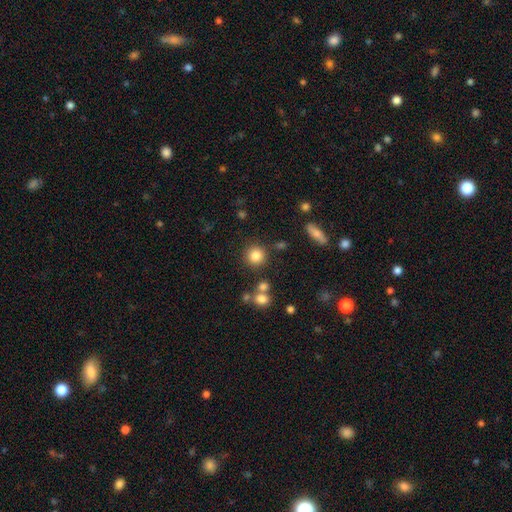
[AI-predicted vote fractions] Smooth or featured: smooth — 83% (star or artifact — 11%)
How rounded: round — 93% (in between — 6%)
Merging: none — 84% (minor disturbance — 7%)